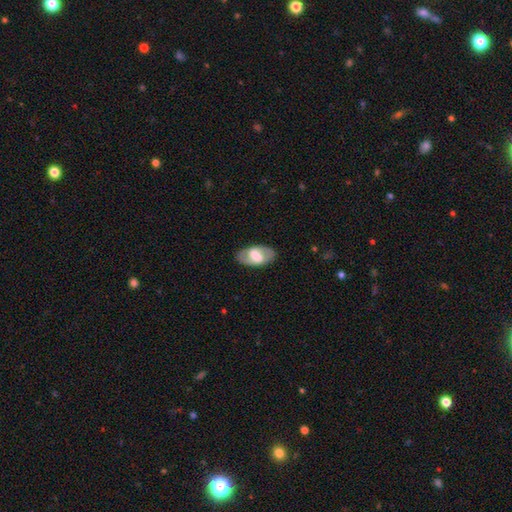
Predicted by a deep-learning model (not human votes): Overall: featured or disk (53%; smooth 41%). Edge-on disk: no (90%). Merging: none (85%).